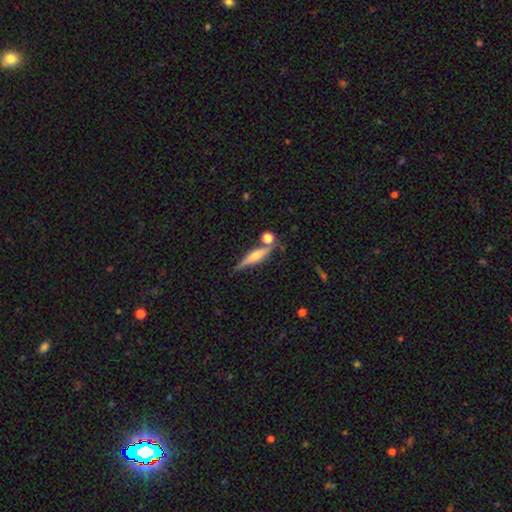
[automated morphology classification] Smooth or featured? featured or disk (56%)
Edge-on disk? yes (94%)
Edge-on bulge? rounded (75%)
Merging? none (70%)